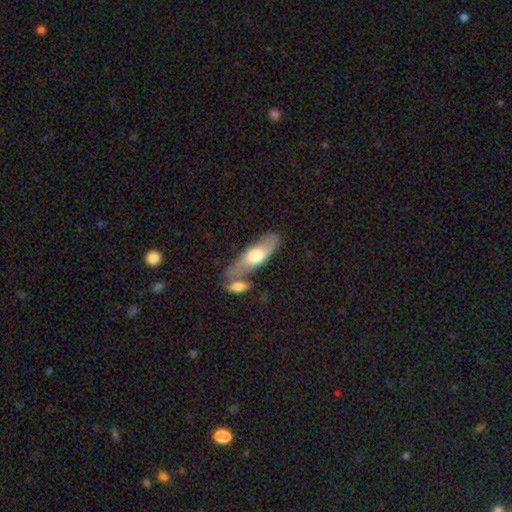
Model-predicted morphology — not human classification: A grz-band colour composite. It shows a smooth galaxy with no disk features (49%). Merging: none (56%).